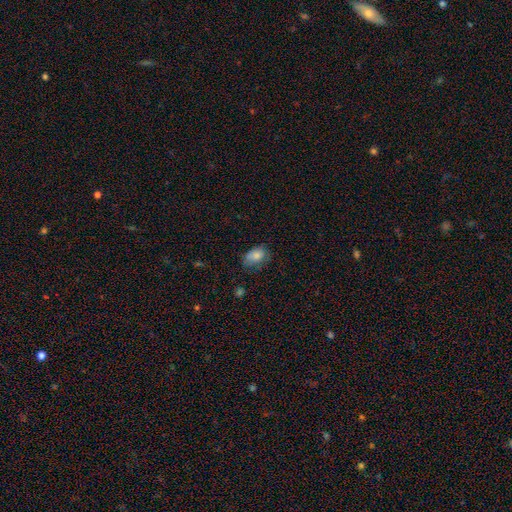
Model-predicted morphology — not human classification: Overall: smooth (81%). How rounded: in between (83%). Merging: none (57%; minor disturbance 31%).